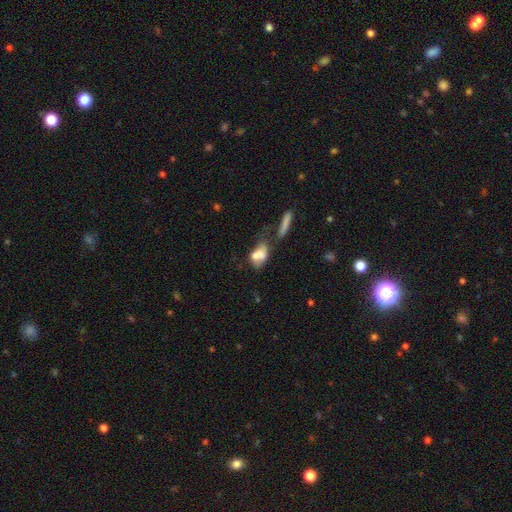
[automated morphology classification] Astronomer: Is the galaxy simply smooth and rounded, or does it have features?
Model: smooth — 64%.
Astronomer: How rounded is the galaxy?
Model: in between — 79%.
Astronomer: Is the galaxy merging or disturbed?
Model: merger — 45% (runner-up: none, 21%).